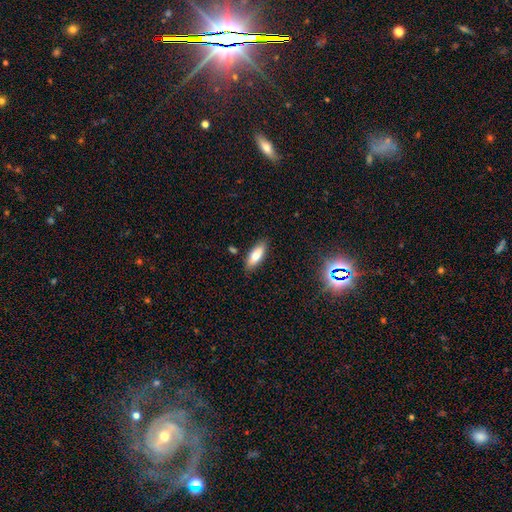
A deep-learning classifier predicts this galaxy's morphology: A smooth galaxy with no disk features (75%) that is in between round and cigar-shaped (70%). Merging: none (84%).